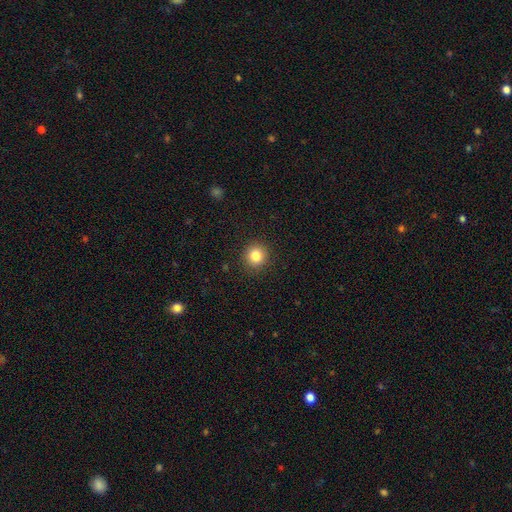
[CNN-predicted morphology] This is clearly a smooth galaxy (84%). How rounded: clearly round (91%). Merging: clearly none (91%).